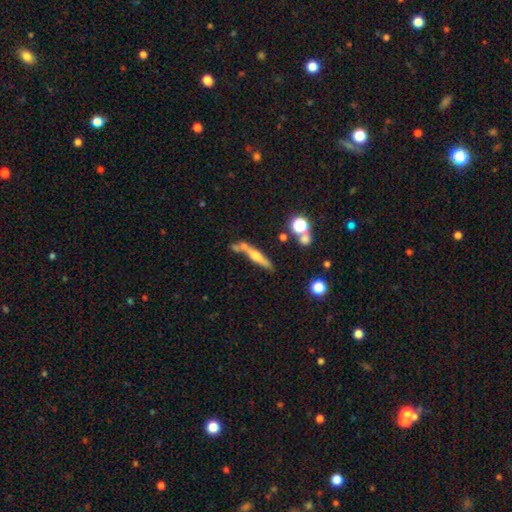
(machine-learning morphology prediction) Smooth or featured? Predicted: featured or disk (p=0.55). Edge-on disk? Predicted: yes (p=0.90). Merging? Predicted: none (p=0.60).